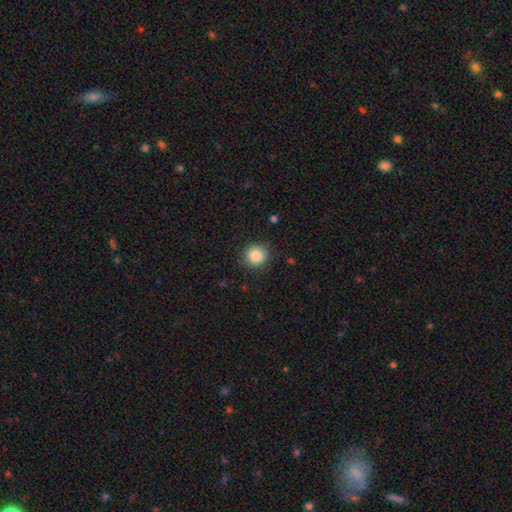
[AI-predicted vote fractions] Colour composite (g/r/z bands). It shows a smooth galaxy with no disk features (87%) that is round (92%). Merging: none (87%).